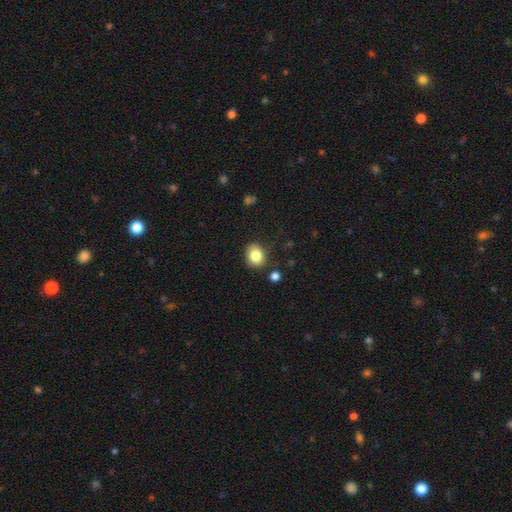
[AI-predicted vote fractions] Morphology: type=smooth (82%); roundness=round (60%); merging=none (80%).